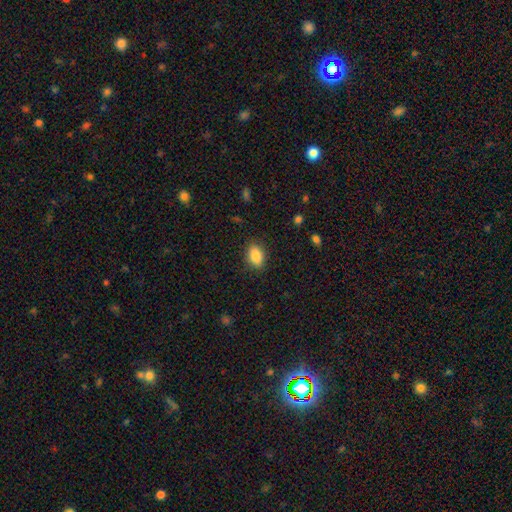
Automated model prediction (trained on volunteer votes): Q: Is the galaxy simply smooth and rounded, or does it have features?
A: smooth — 87%.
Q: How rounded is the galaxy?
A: in between — 86%.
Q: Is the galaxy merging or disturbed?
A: none — 86%.